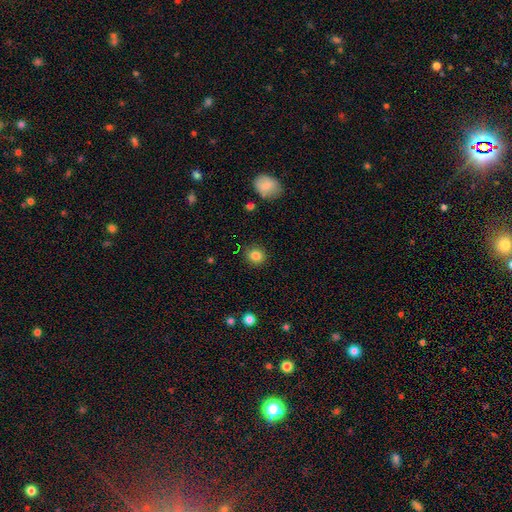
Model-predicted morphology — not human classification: A smooth galaxy with no disk features (84%) that is round (85%).

Vote fractions:
- Smooth or featured? smooth: 84% / star or artifact: 11% / featured or disk: 5%
- How rounded? round: 85% / in between: 14% / cigar-shaped: 1%
- Merging? none: 89% / minor disturbance: 7% / major disturbance: 2% / merger: 1%